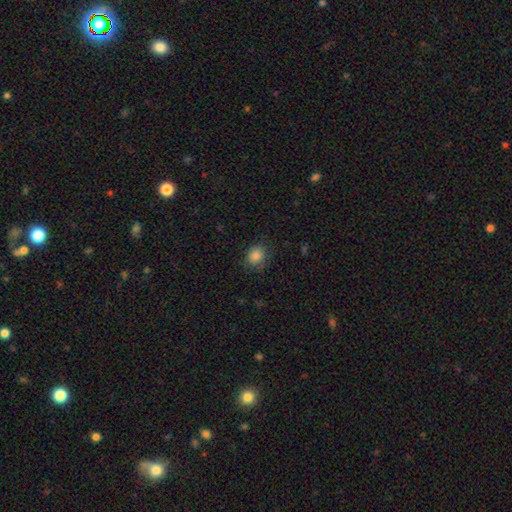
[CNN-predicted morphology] This appears to be a smooth galaxy with no disk features (85%) that is round (67%). Merging: none (80%).